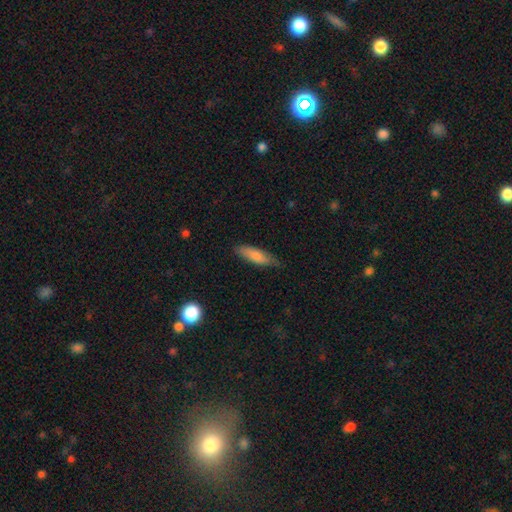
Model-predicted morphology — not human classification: This is likely a smooth galaxy (78%). How rounded: possibly in between (49%, tied with cigar-shaped). Merging: likely none (72%).